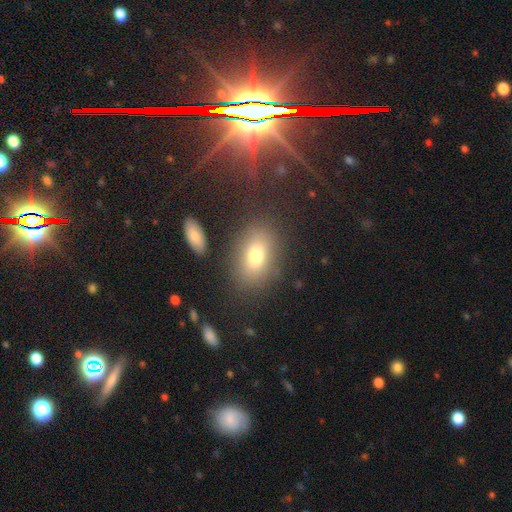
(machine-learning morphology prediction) This is likely a smooth galaxy (74%). How rounded: clearly in between (80%). Merging: likely none (80%).